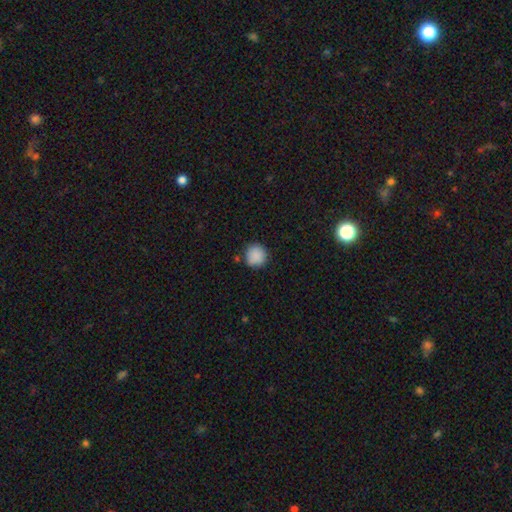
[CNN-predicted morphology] Smooth or featured?
  - smooth: 88% *
  - star or artifact: 9%
  - featured or disk: 3%
How rounded?
  - round: 93% *
  - in between: 6%
  - cigar-shaped: 1%
Merging?
  - none: 84% *
  - minor disturbance: 10%
  - major disturbance: 3%
  - merger: 3%